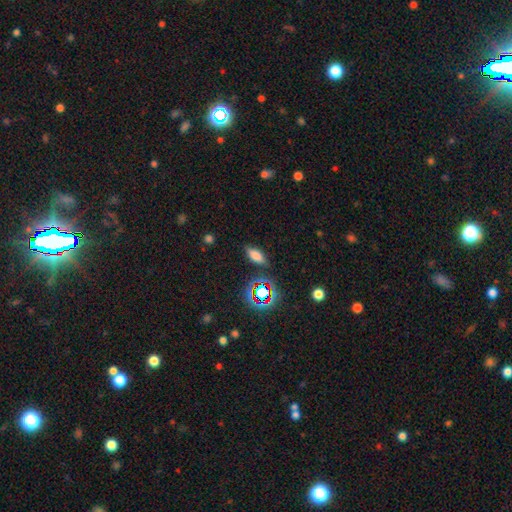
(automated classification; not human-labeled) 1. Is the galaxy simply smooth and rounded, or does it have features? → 68% smooth, 19% star or artifact, 13% featured or disk.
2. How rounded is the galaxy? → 70% in between, 24% cigar-shaped, 6% round.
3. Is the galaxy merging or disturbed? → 82% none, 12% minor disturbance, 4% major disturbance, 2% merger.